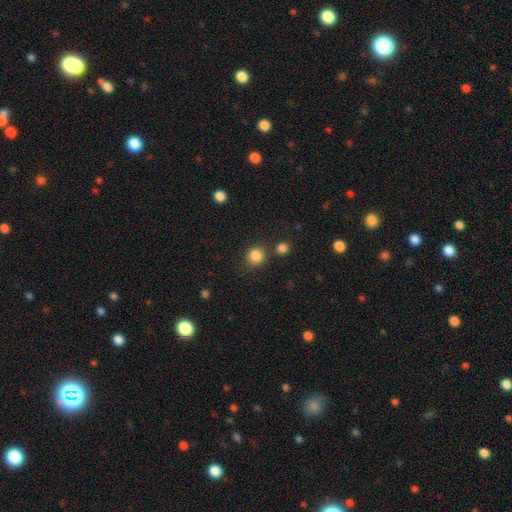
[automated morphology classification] type=smooth (85%); roundness=round (88%); merging=none (79%).